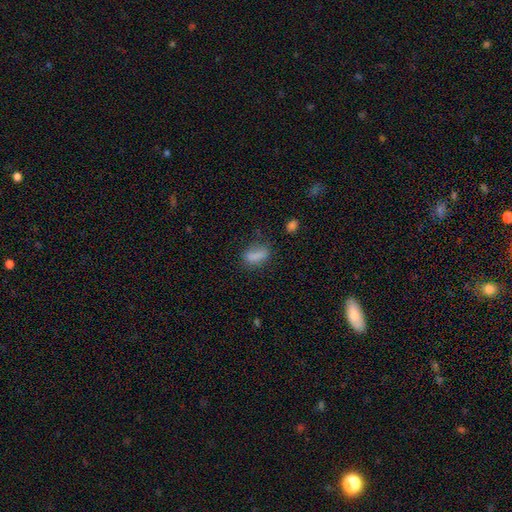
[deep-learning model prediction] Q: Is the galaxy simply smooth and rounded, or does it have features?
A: smooth — 79%.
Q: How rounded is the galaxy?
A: in between — 78%.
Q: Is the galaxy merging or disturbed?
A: none — 58%.